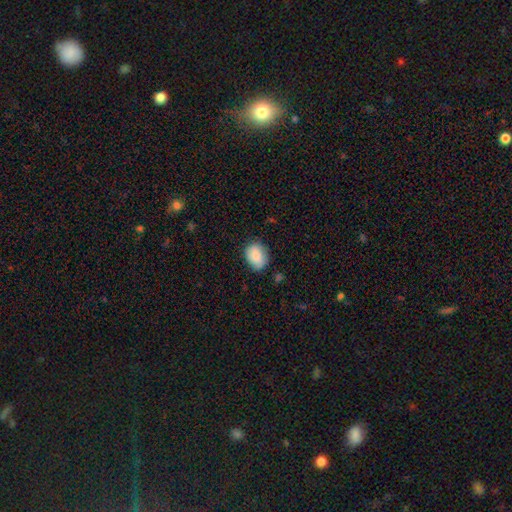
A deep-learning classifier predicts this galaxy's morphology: smooth_or_featured: smooth (p=0.86) [alt: star or artifact p=0.07]
how_rounded: in between (p=0.62) [alt: round p=0.37]
merging: none (p=0.78) [alt: minor disturbance p=0.17]